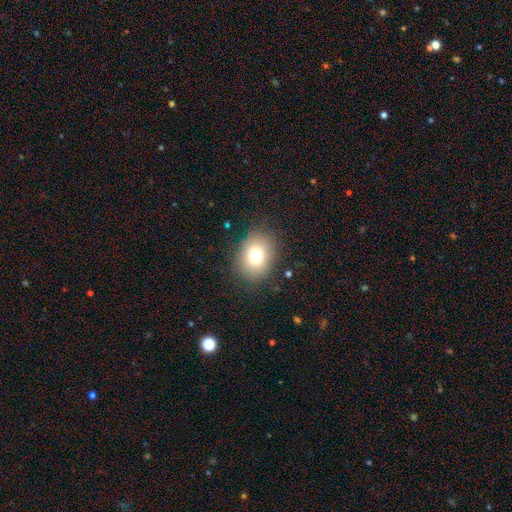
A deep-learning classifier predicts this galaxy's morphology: A smooth galaxy with no disk features (75%) that is in between round and cigar-shaped (58%). Merging: none (83%).